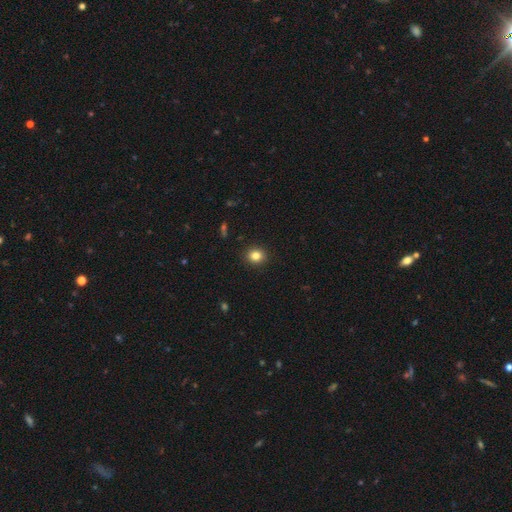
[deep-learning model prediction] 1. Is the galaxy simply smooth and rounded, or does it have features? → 83% smooth, 11% star or artifact, 6% featured or disk.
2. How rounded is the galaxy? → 80% round, 19% in between, 1% cigar-shaped.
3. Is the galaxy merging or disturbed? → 91% none, 6% minor disturbance, 2% major disturbance, 1% merger.